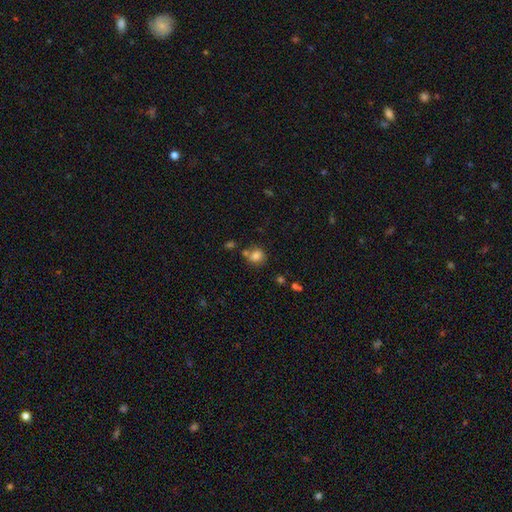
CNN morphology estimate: This appears to be a smooth galaxy with no disk features (80%) that is round (70%). Merging: none (57%).